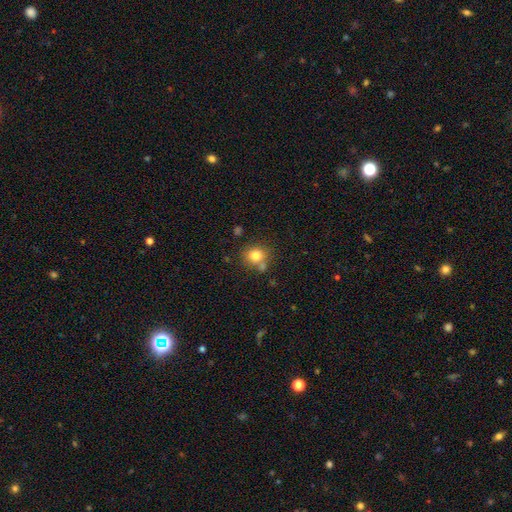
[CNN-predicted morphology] Smooth or featured?
  - smooth: 80% *
  - star or artifact: 11%
  - featured or disk: 9%
How rounded?
  - round: 81% *
  - in between: 19%
  - cigar-shaped: 1%
Merging?
  - none: 65% *
  - merger: 17%
  - minor disturbance: 13%
  - major disturbance: 4%